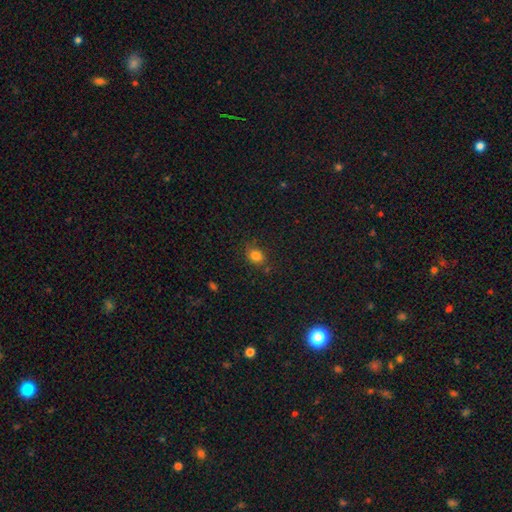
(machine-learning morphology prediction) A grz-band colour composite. It shows a smooth galaxy with no disk features (82%) that is round (53%). Merging: none (77%).